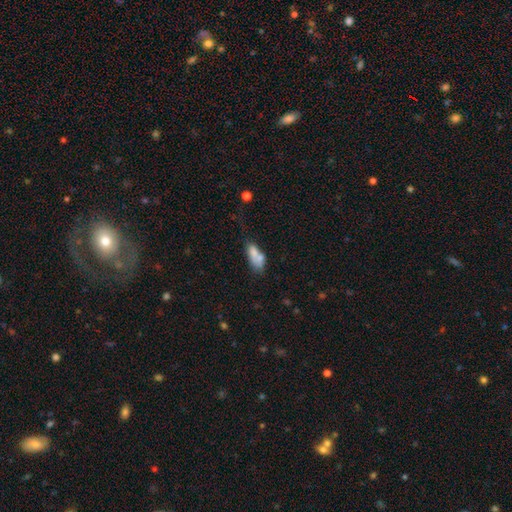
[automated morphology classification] smooth 68%, featured or disk 22%, star or artifact 9%. Down the decision tree: how rounded — in between (81%); merging — merger (41%).